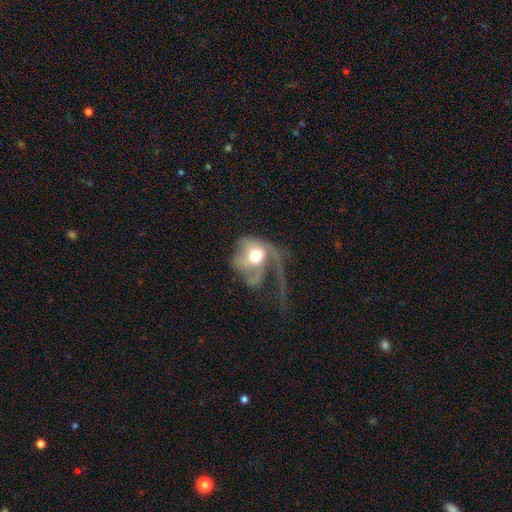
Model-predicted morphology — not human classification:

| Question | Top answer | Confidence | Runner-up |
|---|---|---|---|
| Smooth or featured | featured or disk | 61% | smooth (31%) |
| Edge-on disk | no | 96% | yes (4%) |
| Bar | no | 72% | weak (21%) |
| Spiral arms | yes | 63% | no (37%) |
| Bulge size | moderate | 67% | large (23%) |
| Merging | major disturbance | 64% | none (18%) |